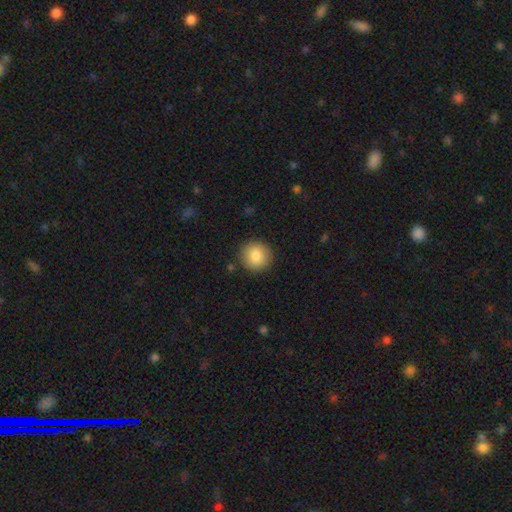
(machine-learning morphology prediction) smooth_or_featured: smooth (p=0.86) [alt: star or artifact p=0.08]
how_rounded: round (p=0.93) [alt: in between p=0.06]
merging: none (p=0.89) [alt: minor disturbance p=0.08]